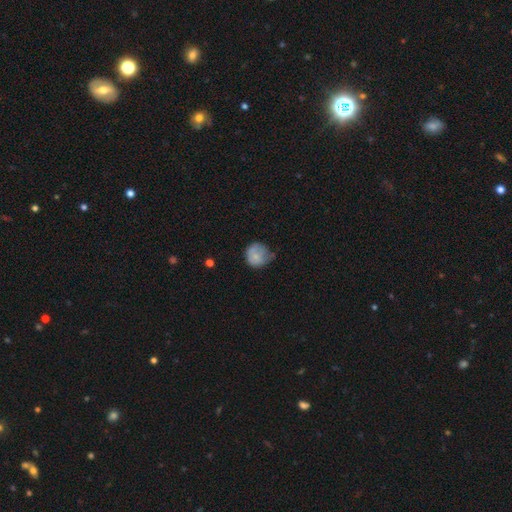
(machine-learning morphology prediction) smooth-or-featured: smooth: 73% | featured or disk: 19% | star or artifact: 9%
  how-rounded: round: 81% | in between: 18% | cigar-shaped: 1%
  merging: minor disturbance: 41% | none: 38% | major disturbance: 18% | merger: 3%